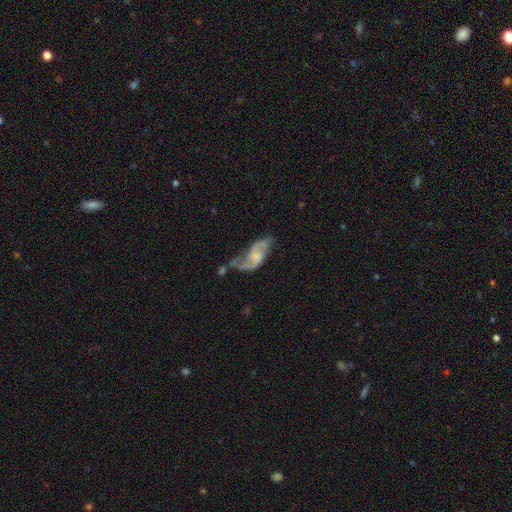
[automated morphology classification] Smooth or featured? featured or disk (79%)
Edge-on disk? no (95%)
Bar? no (51%)
Spiral arms? yes (91%)
Spiral winding? loose (64%)
Spiral arm count? 2 (87%)
Bulge size? small (44%)
Merging? none (44%)